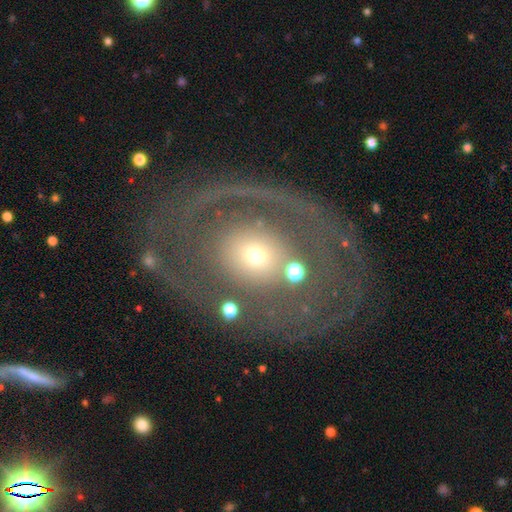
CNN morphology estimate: Overall: featured or disk (68%). Edge-on disk: no (94%). Bar: no (86%). Spiral arms: no (58%; yes 42%). Bulge size: small (58%; moderate 34%). Merging: none (66%).